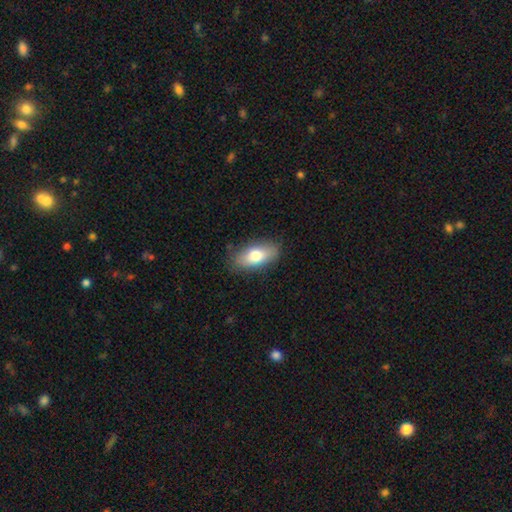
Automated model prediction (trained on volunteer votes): smooth 75%, featured or disk 19%, star or artifact 7%. Down the decision tree: how rounded — in between (84%); merging — none (82%).